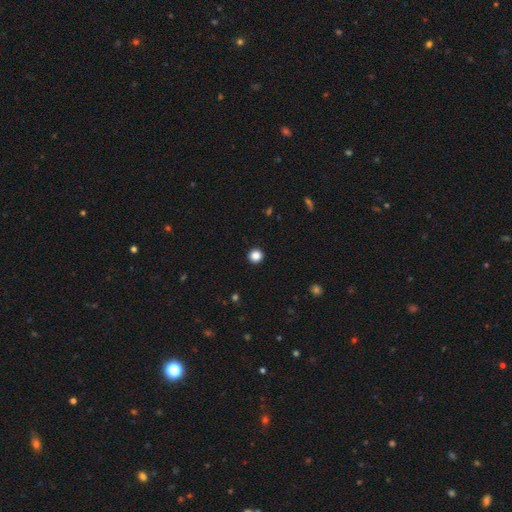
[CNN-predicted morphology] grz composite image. It shows a smooth galaxy with no disk features (86%) that is round (95%). Merging: none (94%).